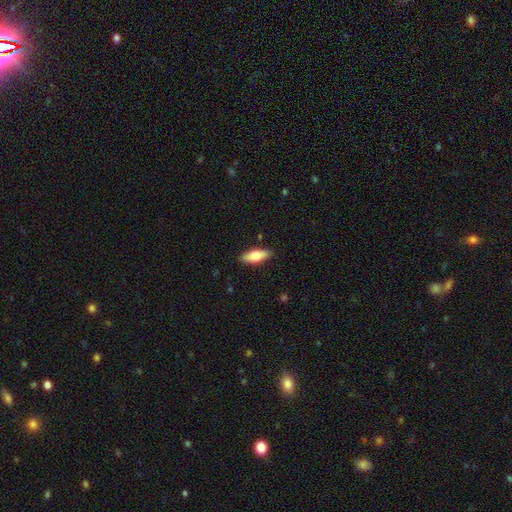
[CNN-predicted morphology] Q: Smooth or featured?
A: smooth (70%); runner-up: featured or disk (25%)
Q: How rounded?
A: in between (69%); runner-up: cigar-shaped (29%)
Q: Merging?
A: none (87%); runner-up: minor disturbance (10%)